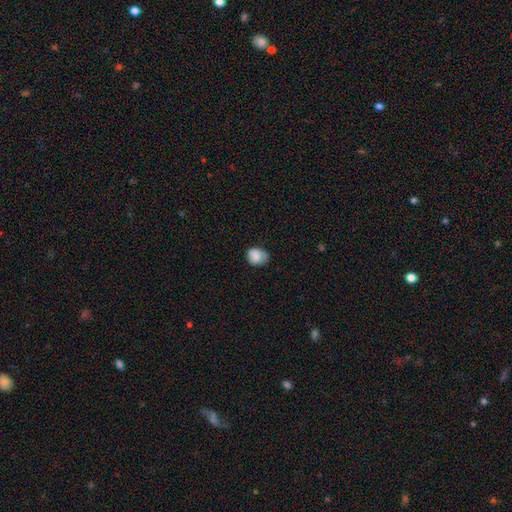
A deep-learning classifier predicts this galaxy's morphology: This is clearly a smooth galaxy (83%). How rounded: possibly round (55%). Merging: likely none (61%).